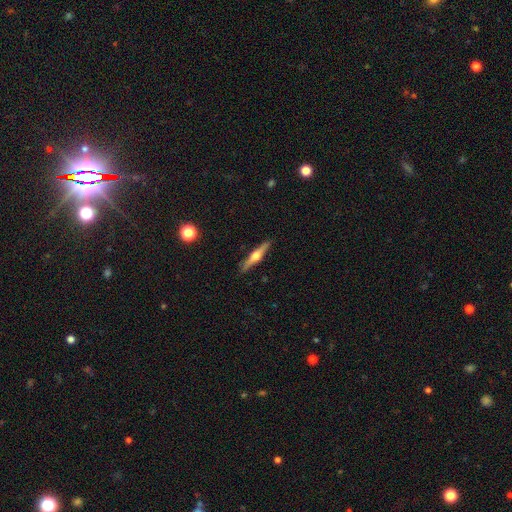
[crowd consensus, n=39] Volunteers were most divided on "smooth or featured": featured or disk: 64%, smooth: 33%, star or artifact: 3%. More confident: edge-on disk — yes (100%); merging — none (89%); edge-on bulge — rounded (88%).